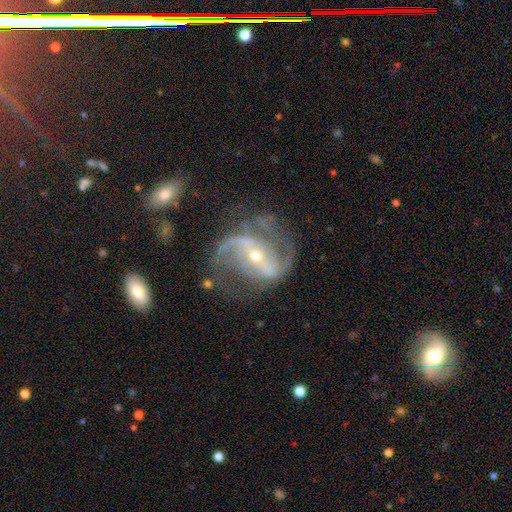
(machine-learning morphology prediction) featured or disk 88%, star or artifact 8%, smooth 4%. Down the decision tree: edge-on disk — no (96%); bar — strong (48%); spiral arms — yes (96%); spiral arm count — 2 (81%); spiral winding — medium (46%); bulge size — small (62%); merging — none (64%).